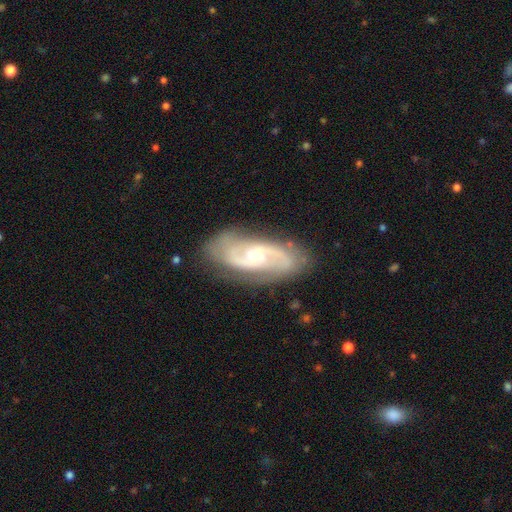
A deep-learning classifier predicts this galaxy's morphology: Smooth or featured? featured or disk (86%)
Edge-on disk? no (94%)
Bar? no (49%)
Spiral arms? yes (96%)
Spiral winding? medium (52%)
Spiral arm count? 2 (80%)
Bulge size? small (51%)
Merging? none (79%)